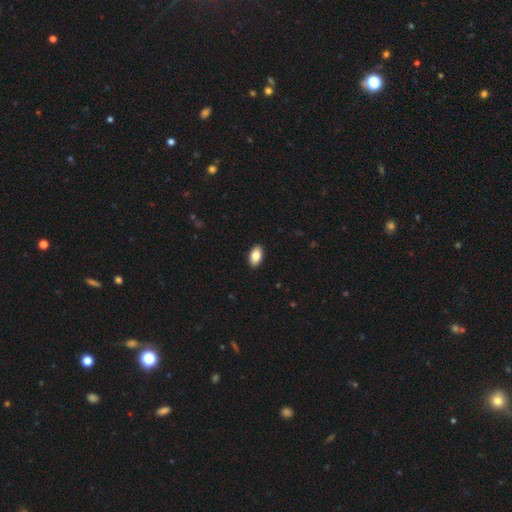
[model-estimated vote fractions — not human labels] Overall: smooth (84%). How rounded: in between (93%). Merging: none (91%).